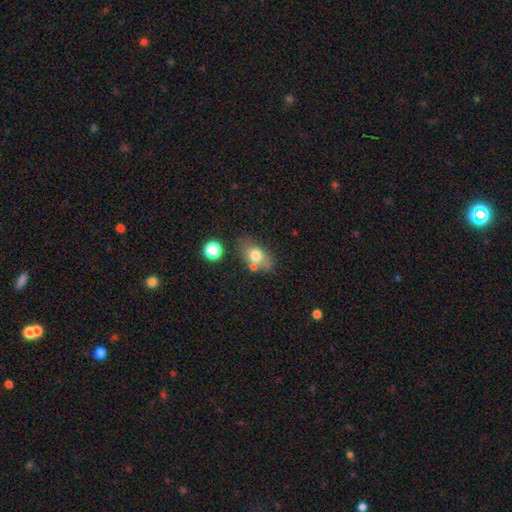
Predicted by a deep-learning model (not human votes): A smooth galaxy with no disk features (72%) that is in between round and cigar-shaped (81%).

Vote fractions:
- Smooth or featured? smooth: 72% / featured or disk: 19% / star or artifact: 9%
- How rounded? in between: 81% / round: 16% / cigar-shaped: 3%
- Merging? none: 64% / minor disturbance: 17% / merger: 13% / major disturbance: 5%